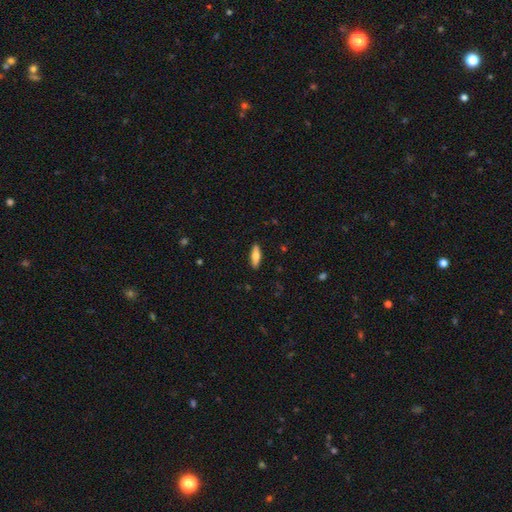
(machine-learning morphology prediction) Smooth or featured: smooth — 66% (featured or disk — 28%)
How rounded: cigar-shaped — 51% (in between — 47%)
Merging: none — 90% (minor disturbance — 7%)